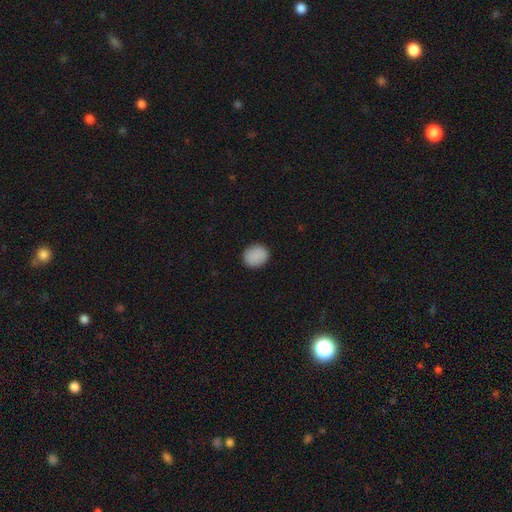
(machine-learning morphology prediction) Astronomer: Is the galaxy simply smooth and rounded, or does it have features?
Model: smooth — 89%.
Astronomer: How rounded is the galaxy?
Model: round — 74%.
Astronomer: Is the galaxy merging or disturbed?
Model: none — 89%.